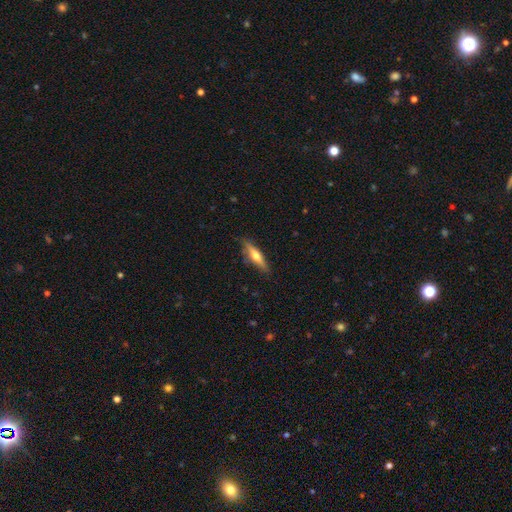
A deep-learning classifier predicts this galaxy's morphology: The model was most divided on "smooth or featured": smooth: 50%, featured or disk: 44%, star or artifact: 6%. More confident: merging — none (82%).